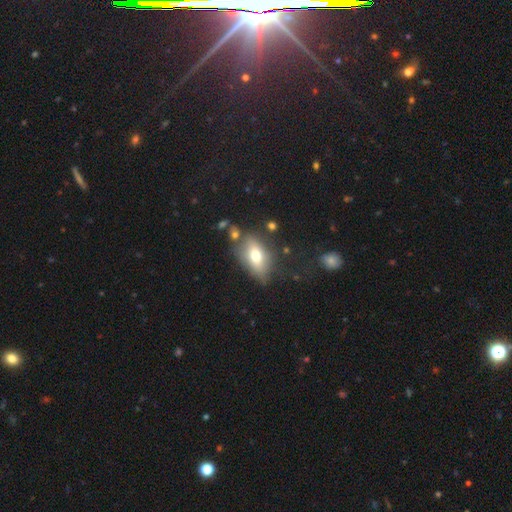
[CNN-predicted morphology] Smooth or featured?
  - smooth: 65% *
  - featured or disk: 26%
  - star or artifact: 10%
How rounded?
  - in between: 84% *
  - round: 10%
  - cigar-shaped: 6%
Merging?
  - none: 65% *
  - minor disturbance: 20%
  - major disturbance: 8%
  - merger: 6%